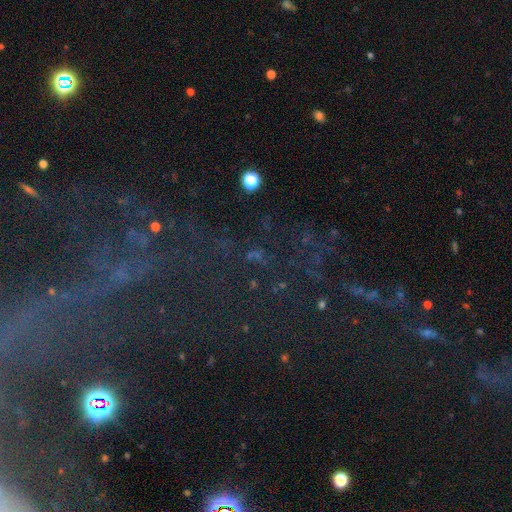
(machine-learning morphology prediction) The model was most divided on "smooth or featured": star or artifact: 65%, featured or disk: 18%, smooth: 17%.